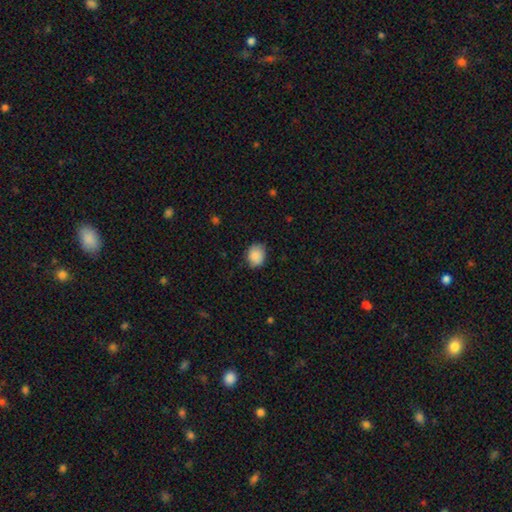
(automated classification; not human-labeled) Overall: smooth (88%). How rounded: round (60%; in between 39%). Merging: none (77%).